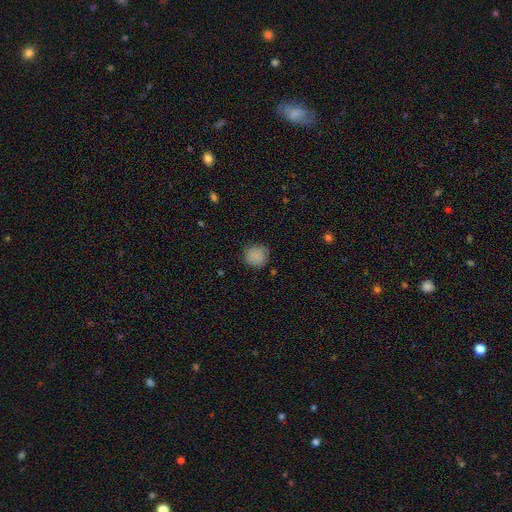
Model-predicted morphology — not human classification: Smooth or featured? smooth (85%)
How rounded? round (89%)
Merging? none (79%)